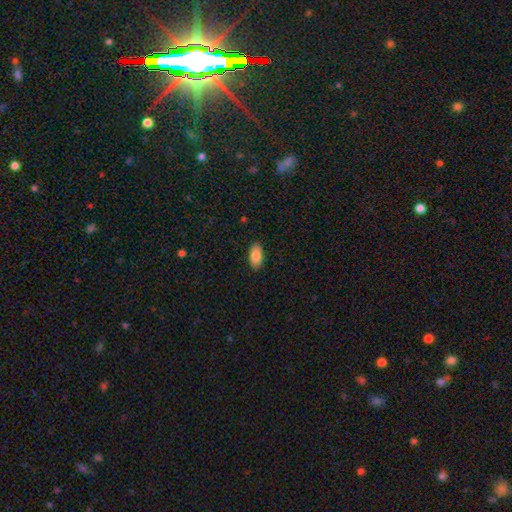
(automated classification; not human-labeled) Smooth or featured: smooth — 86% (featured or disk — 7%)
How rounded: in between — 93% (cigar-shaped — 4%)
Merging: none — 88% (minor disturbance — 9%)